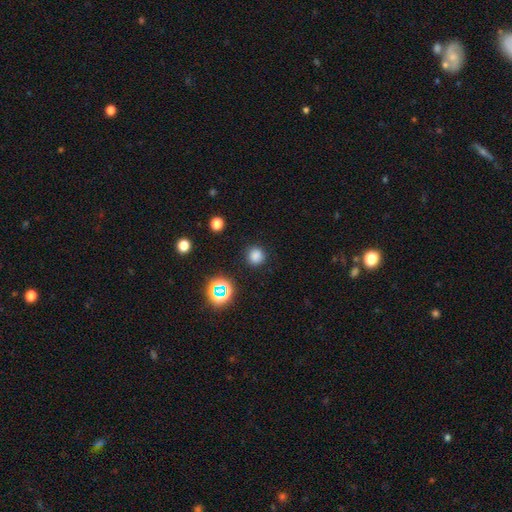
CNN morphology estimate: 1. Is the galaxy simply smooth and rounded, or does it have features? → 77% smooth, 18% star or artifact, 4% featured or disk.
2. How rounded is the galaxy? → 91% round, 8% in between, 1% cigar-shaped.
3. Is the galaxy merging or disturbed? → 88% none, 7% minor disturbance, 3% major disturbance, 2% merger.